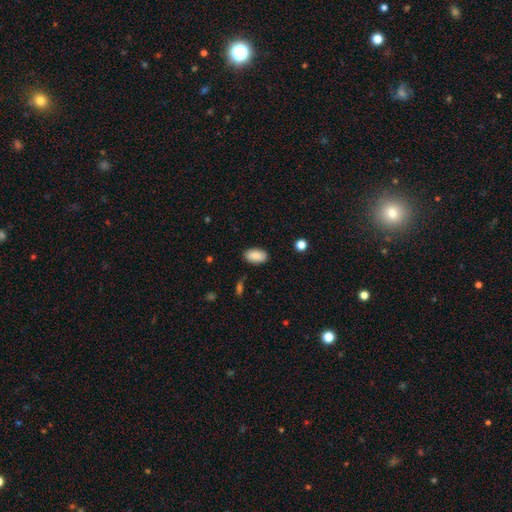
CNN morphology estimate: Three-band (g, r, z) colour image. It shows a smooth galaxy with no disk features (86%) that is in between round and cigar-shaped (94%). Merging: none (85%).